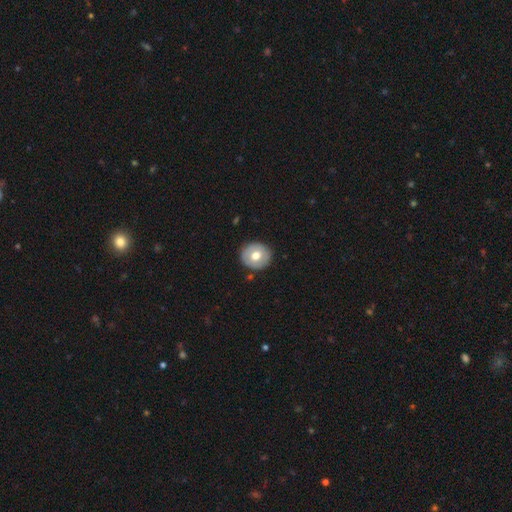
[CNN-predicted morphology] Overall: smooth (61%; featured or disk 33%). How rounded: round (85%). Merging: none (87%).